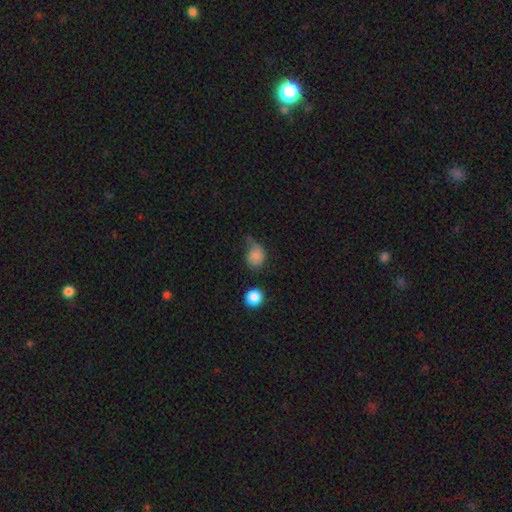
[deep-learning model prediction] Q: Smooth or featured?
A: smooth (80%); runner-up: star or artifact (11%)
Q: How rounded?
A: round (62%); runner-up: in between (37%)
Q: Merging?
A: none (45%); runner-up: minor disturbance (33%)